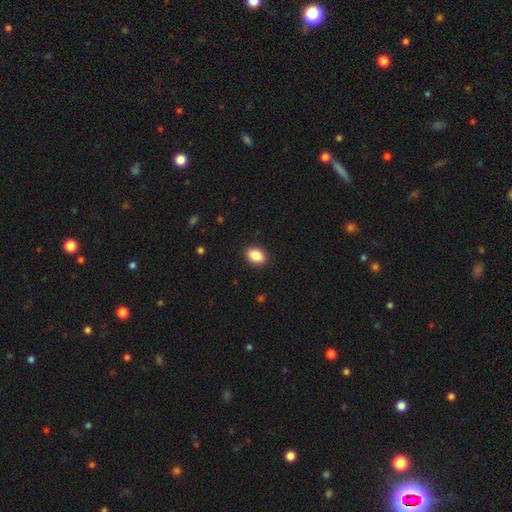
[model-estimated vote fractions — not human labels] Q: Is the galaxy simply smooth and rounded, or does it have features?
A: smooth — 87%.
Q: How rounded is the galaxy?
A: in between — 81%.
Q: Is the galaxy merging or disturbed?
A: none — 90%.